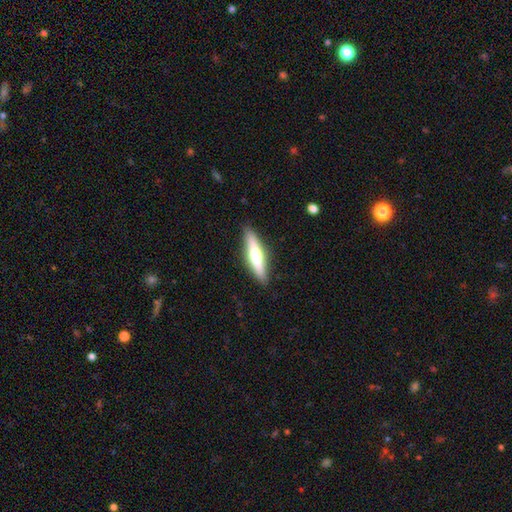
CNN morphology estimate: A smooth galaxy with no disk features (48%).

Vote fractions:
- Smooth or featured? smooth: 48% / featured or disk: 46% / star or artifact: 6%
- Merging? none: 89% / minor disturbance: 8% / major disturbance: 2% / merger: 1%